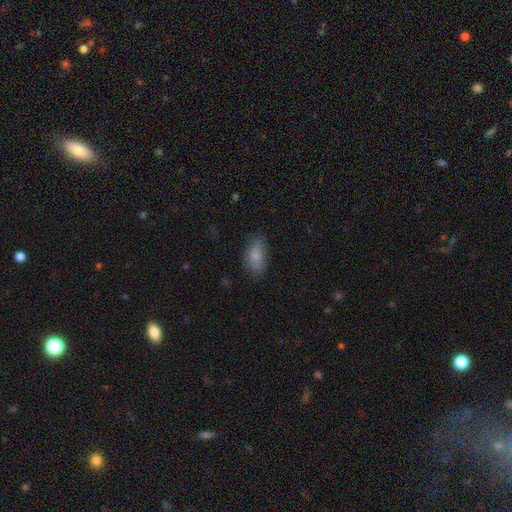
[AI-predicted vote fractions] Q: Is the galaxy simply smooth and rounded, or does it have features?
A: smooth — 79%.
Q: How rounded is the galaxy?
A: in between — 88%.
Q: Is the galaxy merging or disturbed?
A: none — 72%.